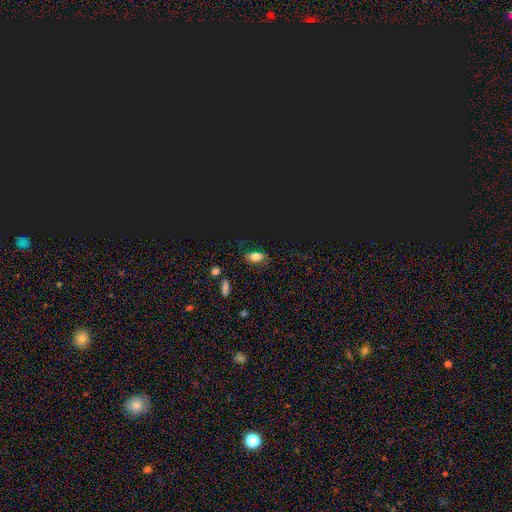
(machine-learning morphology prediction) type=smooth (65%); roundness=in between (84%); merging=none (78%).